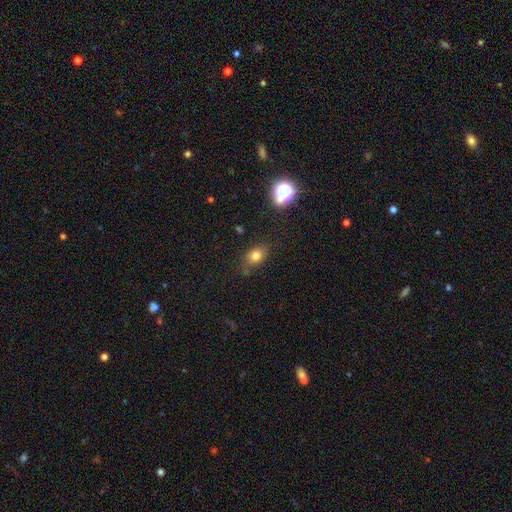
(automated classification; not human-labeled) Morphology: type=smooth (76%); roundness=in between (66%); merging=none (75%).